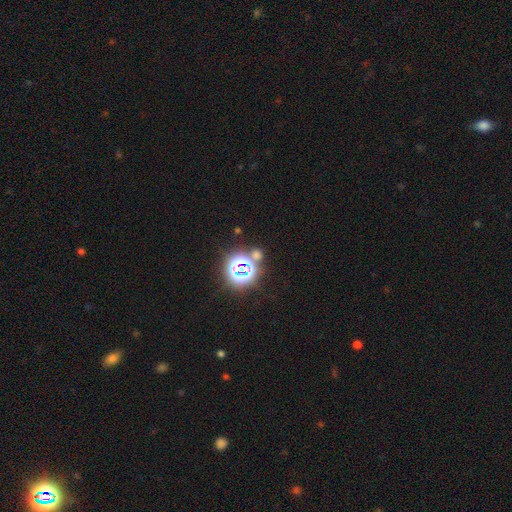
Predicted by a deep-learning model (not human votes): smooth-or-featured: star or artifact: 57% | smooth: 36% | featured or disk: 8%